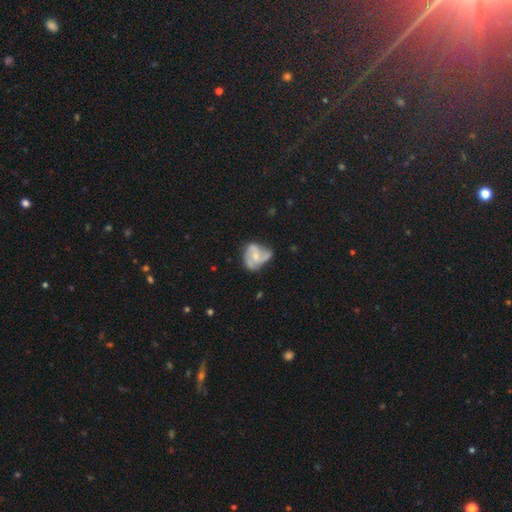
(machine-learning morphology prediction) This appears to be a featured or disk galaxy (71%) with no bar (60%), 3 (49%) medium (49%) spiral arms (89%) and a small central bulge (56%). Merging: none (44%).